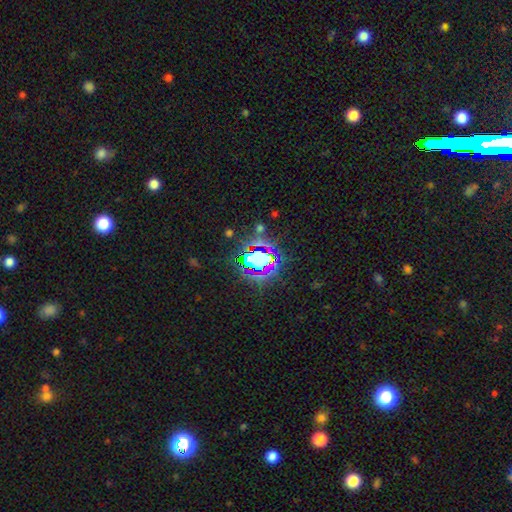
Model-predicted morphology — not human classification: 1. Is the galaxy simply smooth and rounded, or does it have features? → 68% star or artifact, 20% smooth, 12% featured or disk.